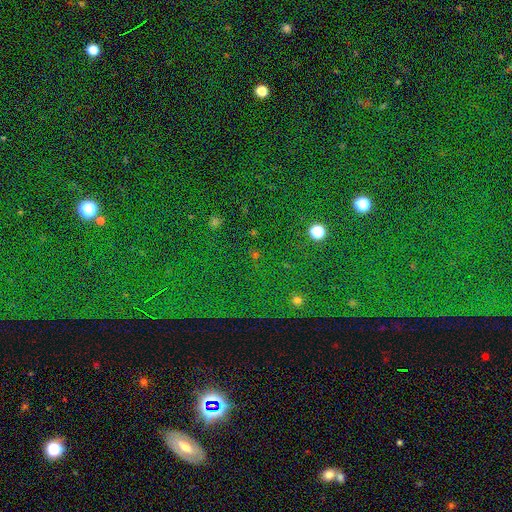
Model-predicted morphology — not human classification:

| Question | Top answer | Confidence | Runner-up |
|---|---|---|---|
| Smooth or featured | star or artifact | 79% | smooth (12%) |